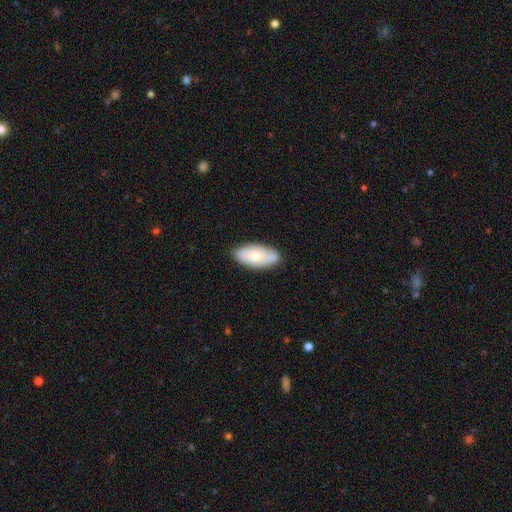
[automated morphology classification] This is likely a smooth galaxy (62%). How rounded: clearly in between (92%). Merging: clearly none (80%).